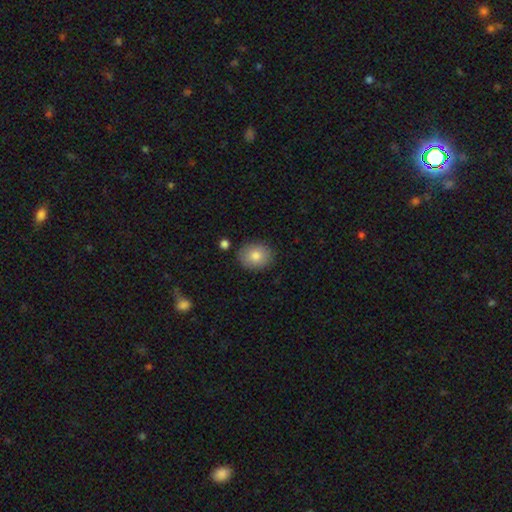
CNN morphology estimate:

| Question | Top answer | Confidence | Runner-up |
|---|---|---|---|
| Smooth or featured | smooth | 81% | featured or disk (11%) |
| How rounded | round | 56% | in between (44%) |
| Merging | none | 85% | minor disturbance (10%) |